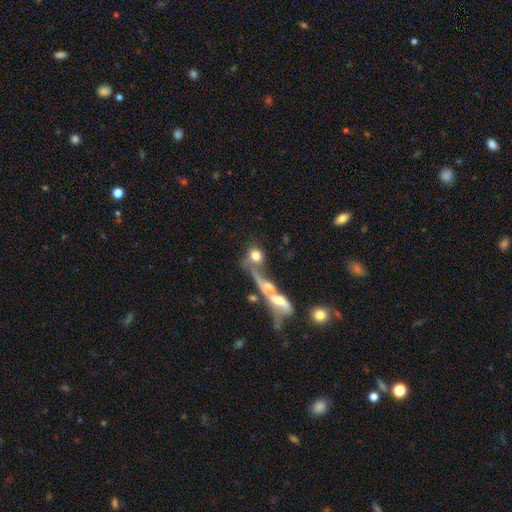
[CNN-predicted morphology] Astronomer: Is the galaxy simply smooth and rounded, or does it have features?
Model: smooth — 65%.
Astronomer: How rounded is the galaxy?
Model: round — 66%.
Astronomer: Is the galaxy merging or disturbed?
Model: merger — 59%.